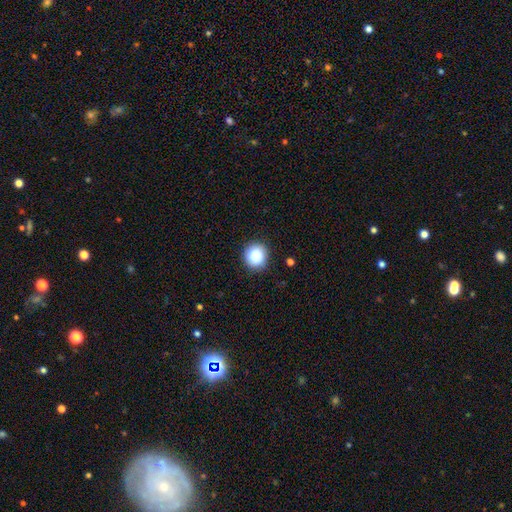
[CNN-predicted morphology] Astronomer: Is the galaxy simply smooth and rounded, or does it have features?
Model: smooth — 88%.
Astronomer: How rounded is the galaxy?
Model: round — 90%.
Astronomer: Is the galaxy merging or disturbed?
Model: none — 89%.